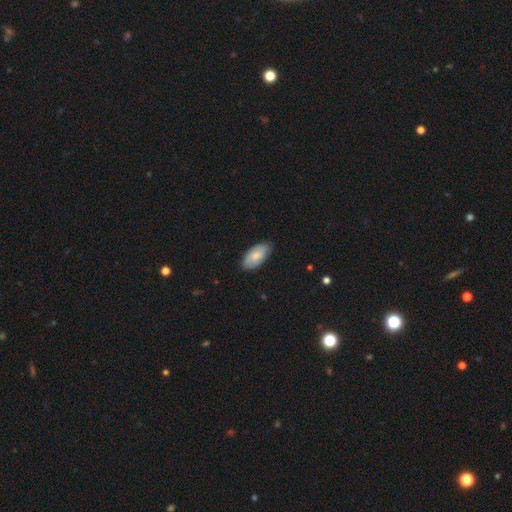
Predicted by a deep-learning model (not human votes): Q: Smooth or featured?
A: smooth (71%); runner-up: featured or disk (23%)
Q: How rounded?
A: in between (94%); runner-up: cigar-shaped (3%)
Q: Merging?
A: none (81%); runner-up: minor disturbance (16%)